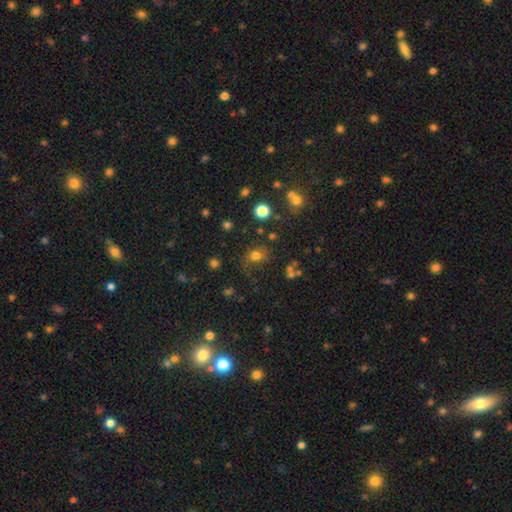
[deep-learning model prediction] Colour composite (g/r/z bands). It shows a smooth galaxy with no disk features (70%) that is round (60%). Merging: none (59%).